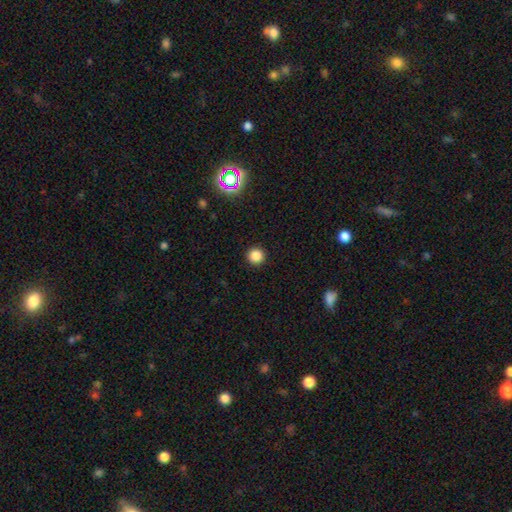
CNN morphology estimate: This appears to be a smooth galaxy with no disk features (83%) that is round (96%). Merging: none (93%).